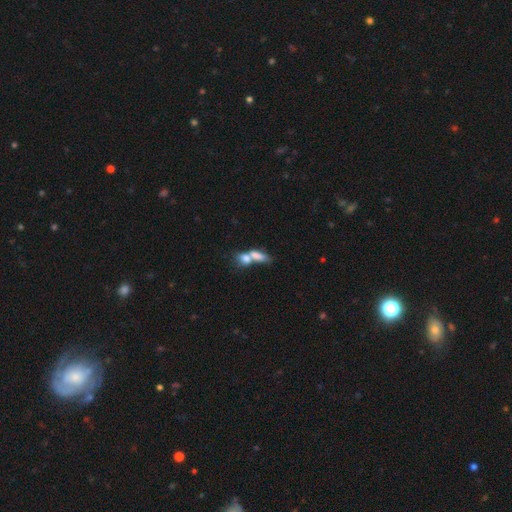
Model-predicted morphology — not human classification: Smooth or featured?
  - smooth: 70% *
  - featured or disk: 20%
  - star or artifact: 9%
How rounded?
  - in between: 64% *
  - cigar-shaped: 23%
  - round: 13%
Merging?
  - merger: 65% *
  - none: 21%
  - minor disturbance: 8%
  - major disturbance: 6%